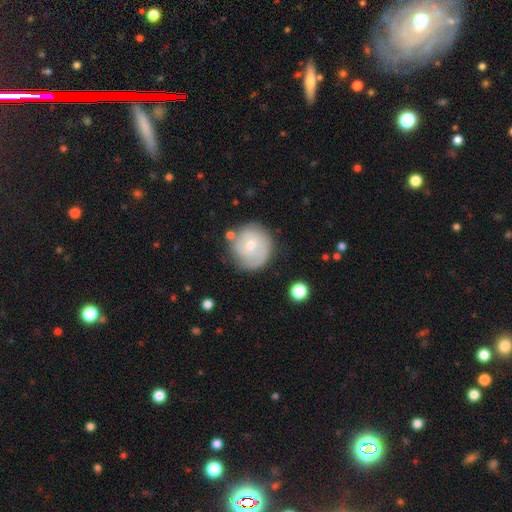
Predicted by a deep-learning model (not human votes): Smooth or featured: featured or disk — 50% (smooth — 44%)
Merging: none — 68% (minor disturbance — 19%)